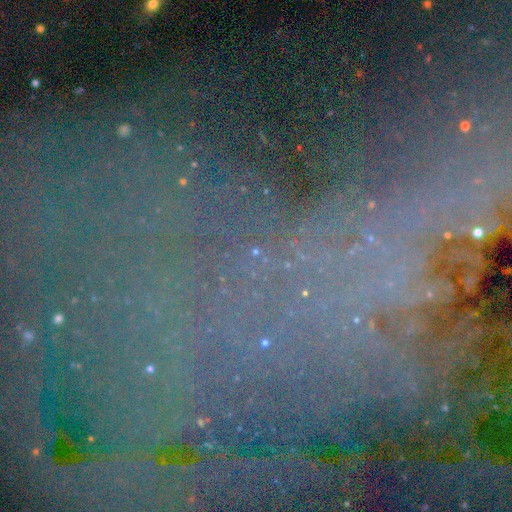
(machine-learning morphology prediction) This appears to be a star or artifact, not a galaxy (75%).